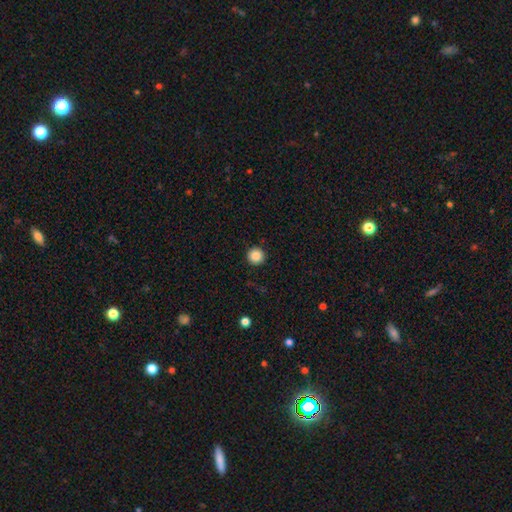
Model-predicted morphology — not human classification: smooth 87%, star or artifact 10%, featured or disk 3%. Down the decision tree: how rounded — round (96%); merging — none (92%).